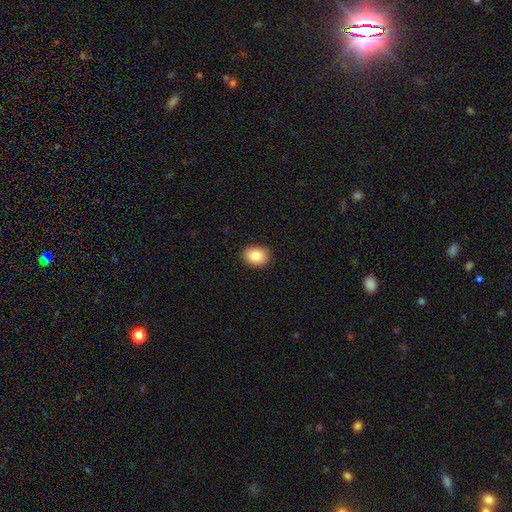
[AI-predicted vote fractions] This appears to be a smooth galaxy with no disk features (85%) that is in between round and cigar-shaped (56%). Merging: none (89%).